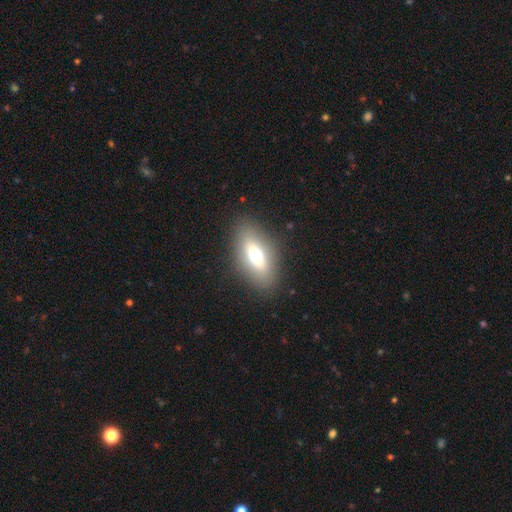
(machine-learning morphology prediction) Overall: smooth (65%; featured or disk 25%). How rounded: in between (84%). Merging: none (85%).